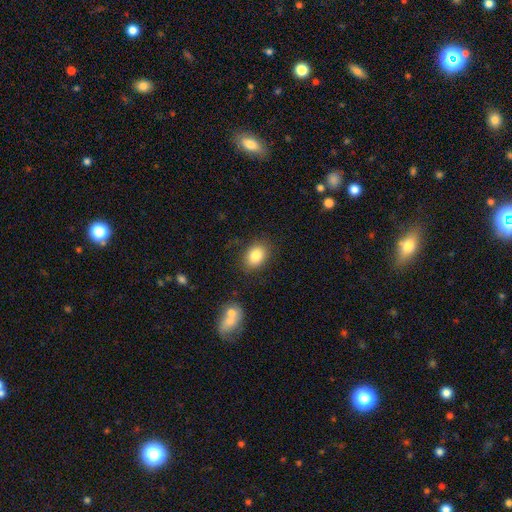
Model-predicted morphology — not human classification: smooth 84%, star or artifact 9%, featured or disk 8%. Down the decision tree: how rounded — in between (68%); merging — none (83%).